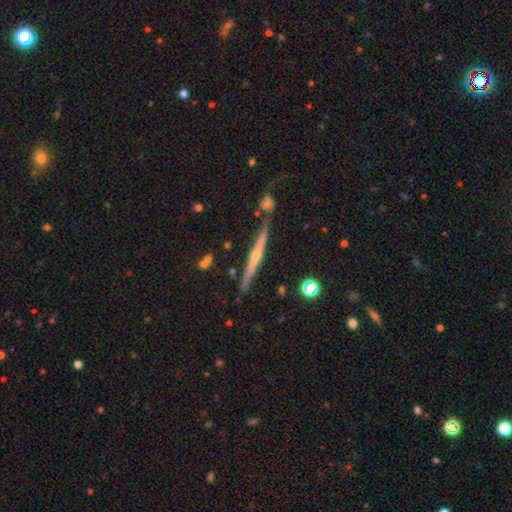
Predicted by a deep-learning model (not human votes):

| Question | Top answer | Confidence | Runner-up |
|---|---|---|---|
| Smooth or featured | featured or disk | 73% | smooth (19%) |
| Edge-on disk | yes | 97% | no (3%) |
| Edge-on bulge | rounded | 70% | none (25%) |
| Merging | none | 77% | minor disturbance (12%) |